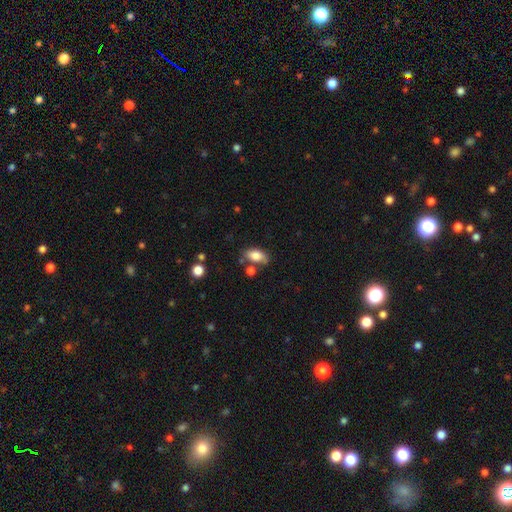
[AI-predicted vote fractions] Morphology: type=smooth (80%); roundness=in between (90%); merging=none (63%).